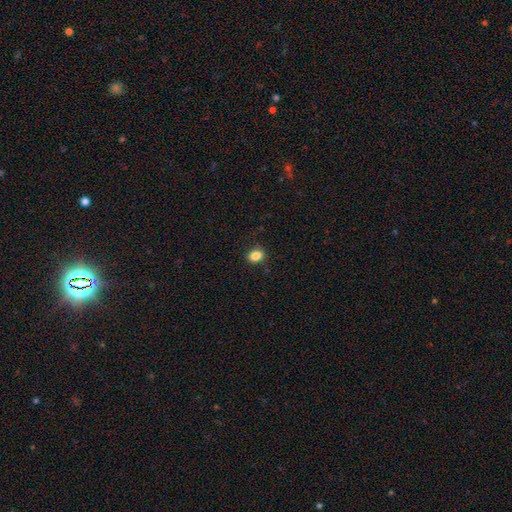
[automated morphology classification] smooth-or-featured: smooth: 85% | star or artifact: 10% | featured or disk: 5%
  how-rounded: in between: 66% | round: 33% | cigar-shaped: 1%
  merging: none: 84% | minor disturbance: 12% | major disturbance: 3% | merger: 1%